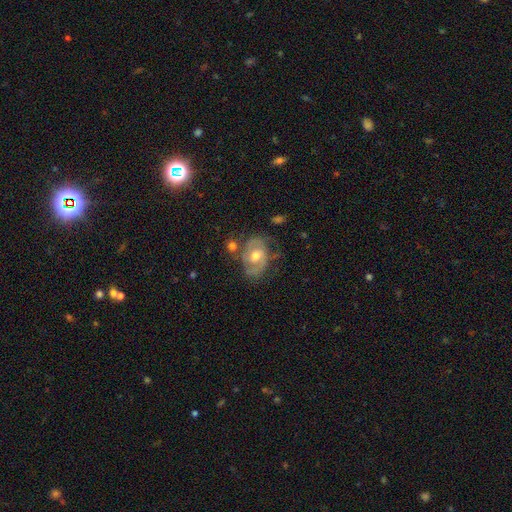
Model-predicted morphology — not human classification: smooth-or-featured: featured or disk: 76% | smooth: 17% | star or artifact: 7%
  disk-edge-on: no: 97% | yes: 3%
    bar: no: 53% | weak: 38% | strong: 9%
    has-spiral-arms: yes: 86% | no: 14%
      spiral-winding: medium: 45% | tight: 40% | loose: 15%
      spiral-arm-count: 2: 77% | can't tell: 13% | 1: 4% | 3: 3% | 4: 1% | more than 4: 1%
    bulge-size: moderate: 74% | small: 16% | large: 7% | none: 1% | dominant: 1%
  merging: none: 60% | minor disturbance: 22% | major disturbance: 11% | merger: 6%